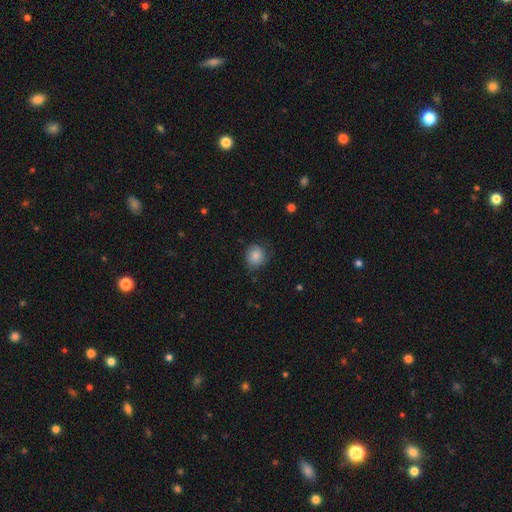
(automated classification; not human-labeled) This appears to be a smooth galaxy with no disk features (82%) that is round (79%). Merging: none (69%).